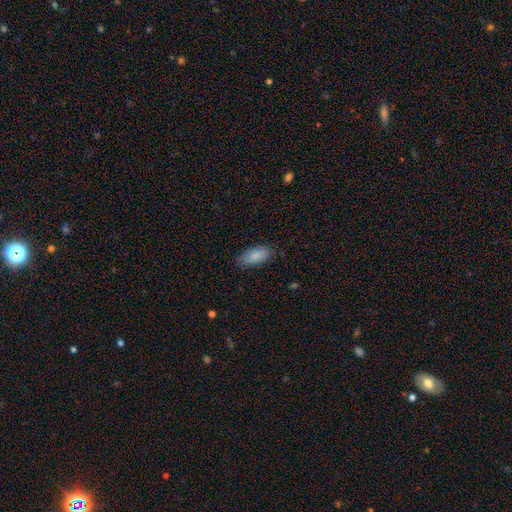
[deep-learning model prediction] Smooth or featured: smooth — 86% (featured or disk — 8%)
How rounded: in between — 91% (cigar-shaped — 7%)
Merging: none — 80% (minor disturbance — 16%)